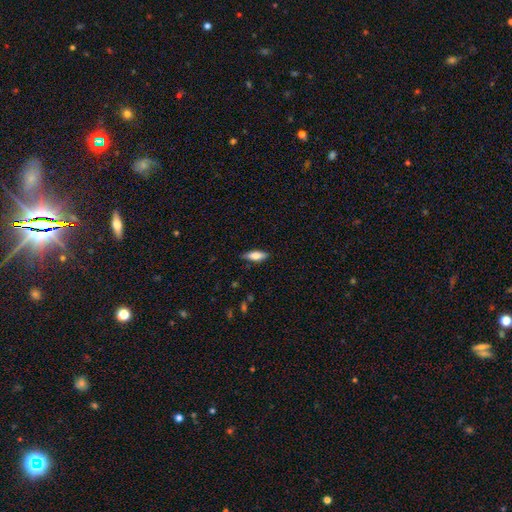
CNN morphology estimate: smooth_or_featured: smooth (p=0.70) [alt: featured or disk p=0.23]
how_rounded: in between (p=0.58) [alt: cigar-shaped p=0.40]
merging: none (p=0.83) [alt: minor disturbance p=0.14]